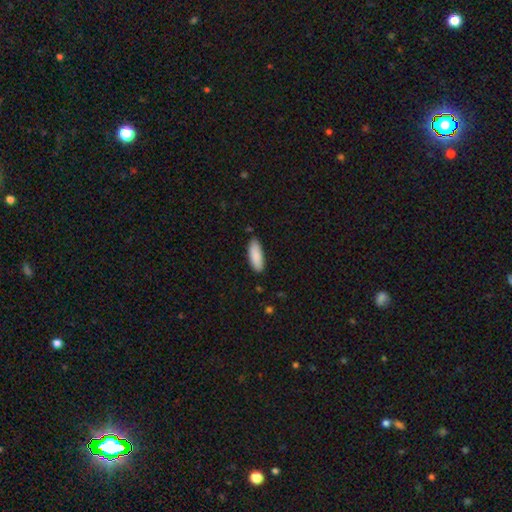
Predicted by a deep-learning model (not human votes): Smooth or featured: smooth — 89% (star or artifact — 5%)
How rounded: in between — 68% (cigar-shaped — 30%)
Merging: none — 84% (minor disturbance — 12%)